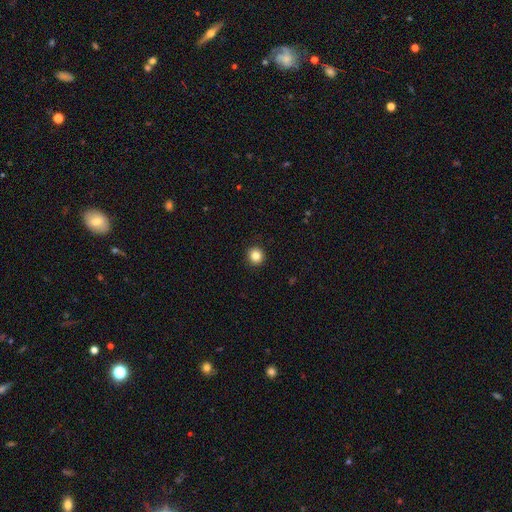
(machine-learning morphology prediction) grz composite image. It shows a smooth galaxy with no disk features (85%) that is round (93%). Merging: none (93%).